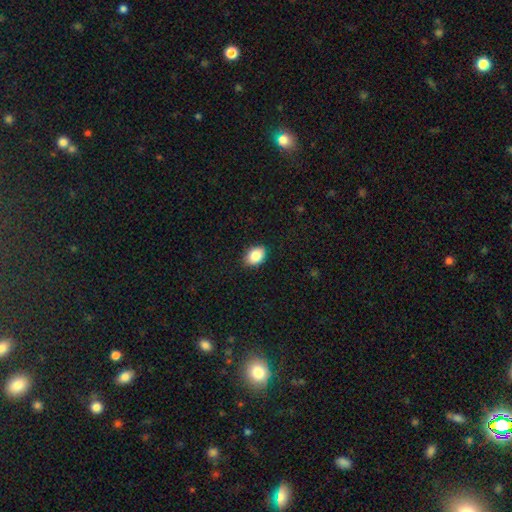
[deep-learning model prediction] A smooth galaxy with no disk features (85%) that is in between round and cigar-shaped (71%). Merging: none (86%).